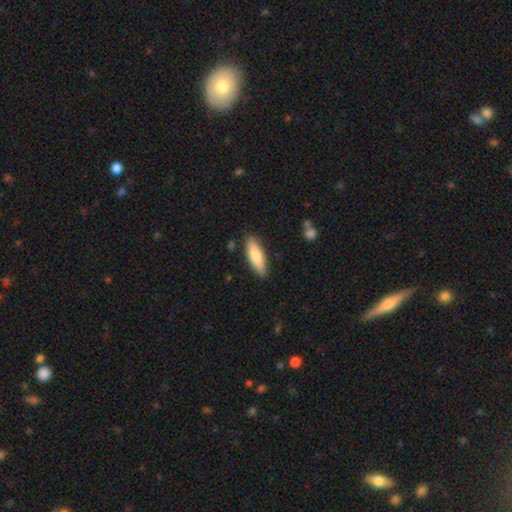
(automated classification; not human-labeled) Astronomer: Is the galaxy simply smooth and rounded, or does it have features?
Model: smooth — 76%.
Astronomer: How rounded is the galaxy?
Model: cigar-shaped — 50% (runner-up: in between, 48%).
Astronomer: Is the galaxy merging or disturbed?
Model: none — 86%.